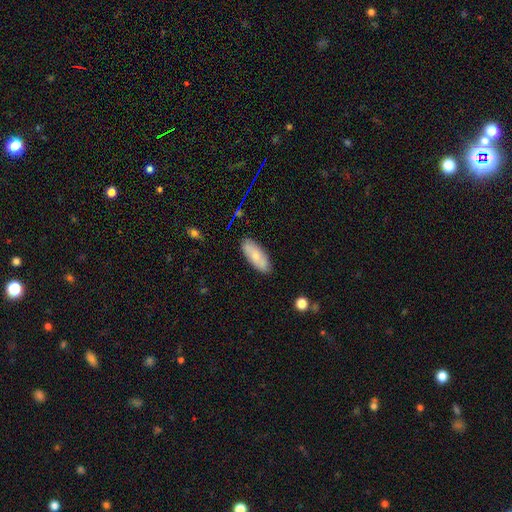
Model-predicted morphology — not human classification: This appears to be a smooth galaxy with no disk features (72%) that is in between round and cigar-shaped (76%). Merging: none (84%).